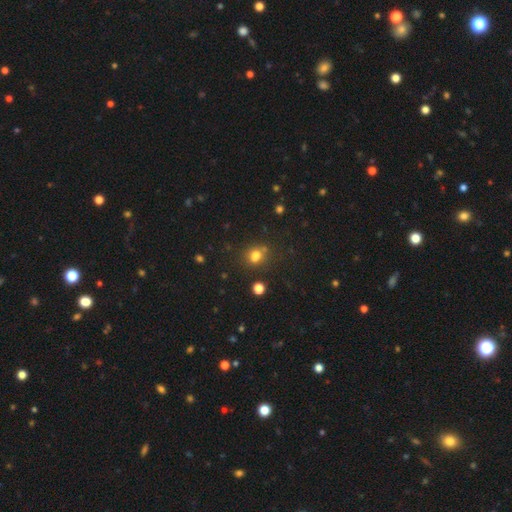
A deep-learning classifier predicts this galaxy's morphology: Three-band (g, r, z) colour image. It shows a smooth galaxy with no disk features (74%) that is round (57%). Merging: none (61%).